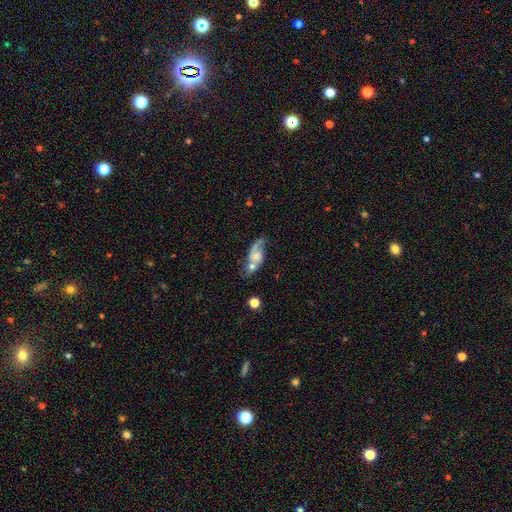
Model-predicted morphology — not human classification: This is possibly a featured or disk galaxy (55%). It is clearly not viewed edge-on (93%). Bar: likely no (69%). Spiral arm pattern: likely yes (77%). Central bulge: marginally small (37%). Merging: marginally merger (39%).